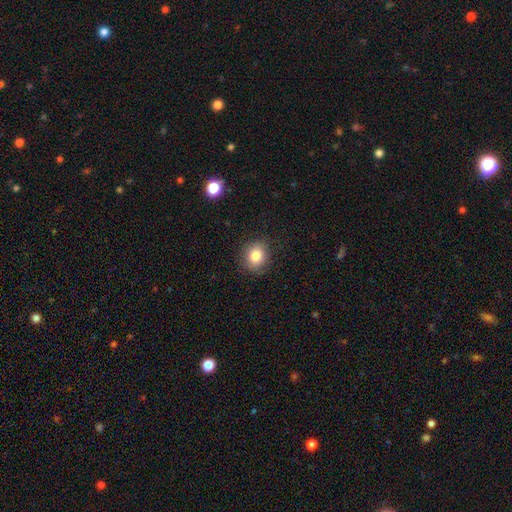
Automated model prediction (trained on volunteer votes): A smooth galaxy with no disk features (81%) that is round (72%).

Vote fractions:
- Smooth or featured? smooth: 81% / star or artifact: 11% / featured or disk: 8%
- How rounded? round: 72% / in between: 27% / cigar-shaped: 1%
- Merging? none: 87% / minor disturbance: 9% / major disturbance: 3% / merger: 1%